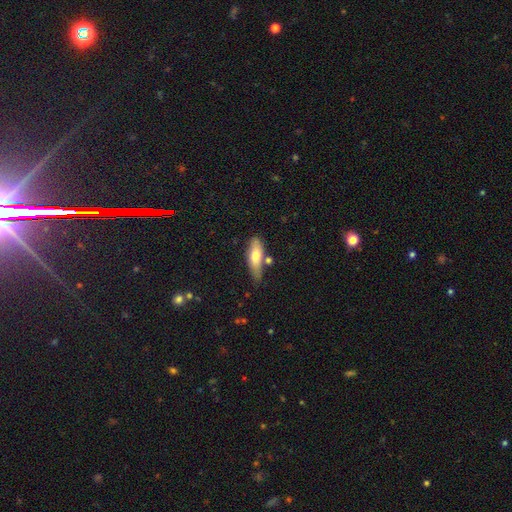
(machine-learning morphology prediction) Smooth or featured?
  - smooth: 67% *
  - featured or disk: 27%
  - star or artifact: 6%
How rounded?
  - in between: 58% *
  - cigar-shaped: 39%
  - round: 3%
Merging?
  - none: 61% *
  - minor disturbance: 23%
  - merger: 11%
  - major disturbance: 5%